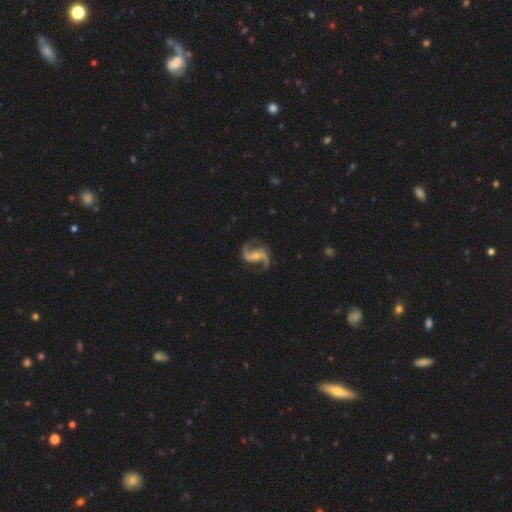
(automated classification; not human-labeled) featured or disk 93%, star or artifact 4%, smooth 3%. Down the decision tree: edge-on disk — no (98%); bar — no (41%); spiral arms — yes (98%); spiral arm count — 2 (94%); spiral winding — loose (56%); bulge size — small (55%); merging — none (78%).